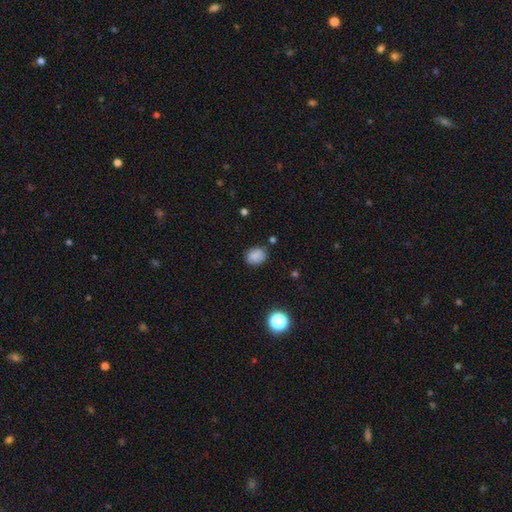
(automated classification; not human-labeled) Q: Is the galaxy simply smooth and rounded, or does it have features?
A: smooth — 84%.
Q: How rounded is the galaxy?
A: in between — 55%.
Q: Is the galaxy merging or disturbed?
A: none — 81%.